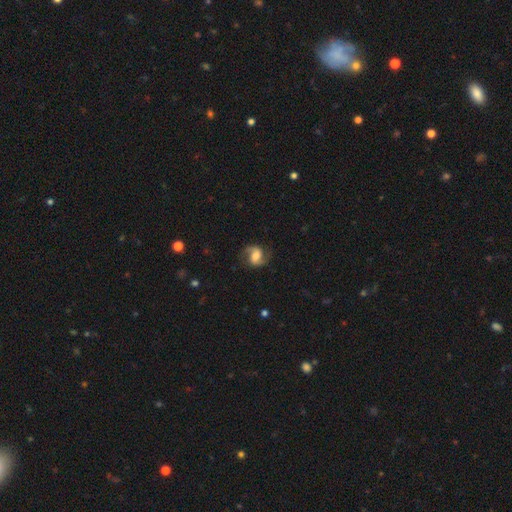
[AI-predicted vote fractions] This is likely a featured or disk galaxy (71%). It is clearly not viewed edge-on (97%). Bar: marginally weak (44%). Spiral arm pattern: clearly yes (94%). Spiral arm count: clearly 2 (91%). Spiral winding: possibly medium (47%). Central bulge: possibly moderate (47%). Merging: likely none (76%).